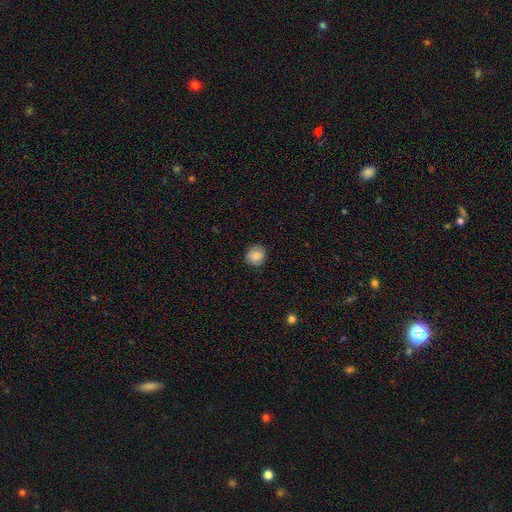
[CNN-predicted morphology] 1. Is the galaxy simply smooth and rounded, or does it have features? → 87% smooth, 8% star or artifact, 5% featured or disk.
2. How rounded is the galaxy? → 87% round, 12% in between, 1% cigar-shaped.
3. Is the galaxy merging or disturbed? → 87% none, 10% minor disturbance, 2% major disturbance, 1% merger.